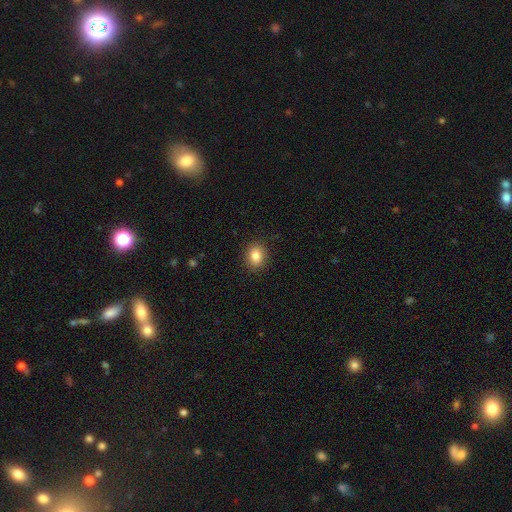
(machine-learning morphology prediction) This appears to be a smooth galaxy with no disk features (83%) that is round (53%). Merging: none (89%).